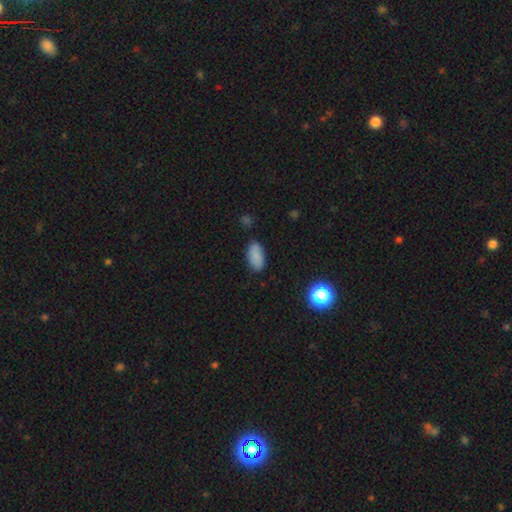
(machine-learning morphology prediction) This appears to be a smooth galaxy with no disk features (85%) that is in between round and cigar-shaped (92%). Merging: none (81%).